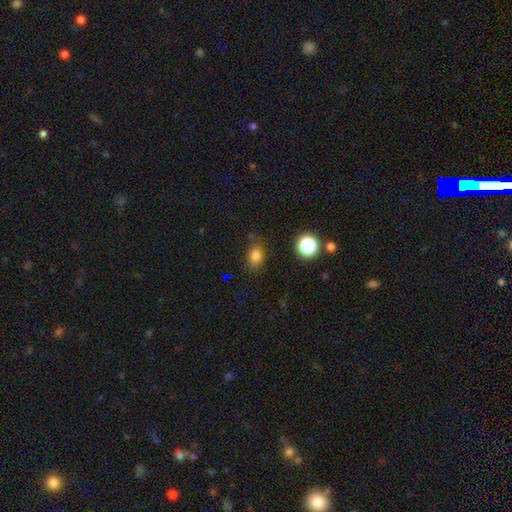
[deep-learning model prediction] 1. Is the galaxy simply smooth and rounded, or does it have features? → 78% smooth, 16% star or artifact, 6% featured or disk.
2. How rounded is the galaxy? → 65% in between, 34% round, 2% cigar-shaped.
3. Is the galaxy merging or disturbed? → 72% none, 19% minor disturbance, 5% major disturbance, 3% merger.